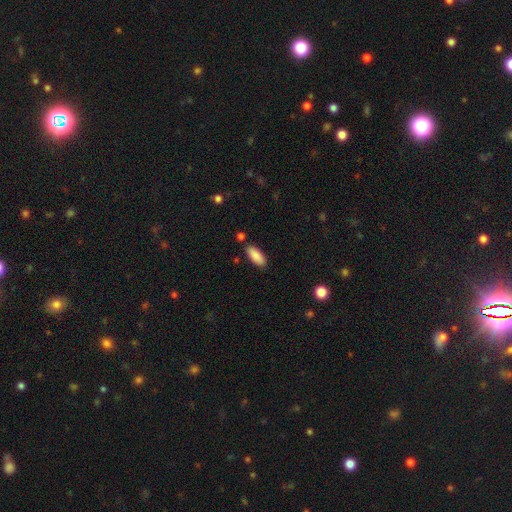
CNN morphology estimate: This appears to be a smooth galaxy with no disk features (88%) that is in between round and cigar-shaped (79%). Merging: none (85%).